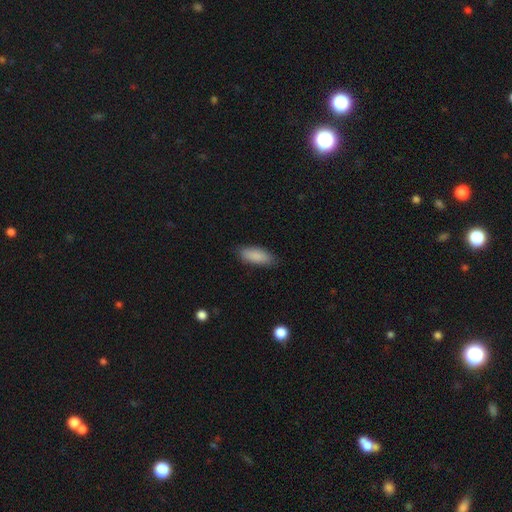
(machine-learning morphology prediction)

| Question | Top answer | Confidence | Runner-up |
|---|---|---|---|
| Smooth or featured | smooth | 89% | star or artifact (6%) |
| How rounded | in between | 80% | cigar-shaped (18%) |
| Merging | none | 84% | minor disturbance (13%) |